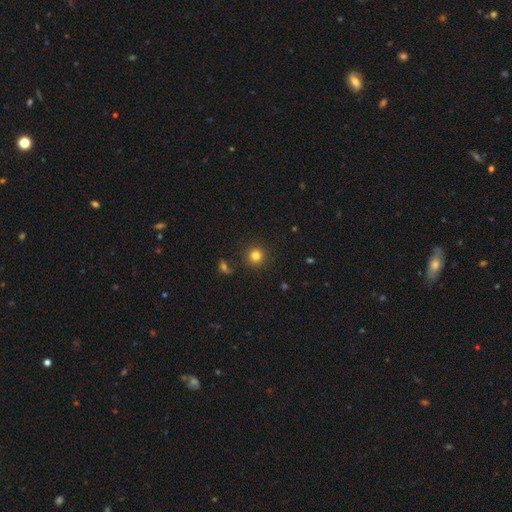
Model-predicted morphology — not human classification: smooth-or-featured: smooth: 81% | star or artifact: 13% | featured or disk: 6%
  how-rounded: round: 94% | in between: 5% | cigar-shaped: 1%
  merging: none: 89% | minor disturbance: 6% | major disturbance: 2% | merger: 2%